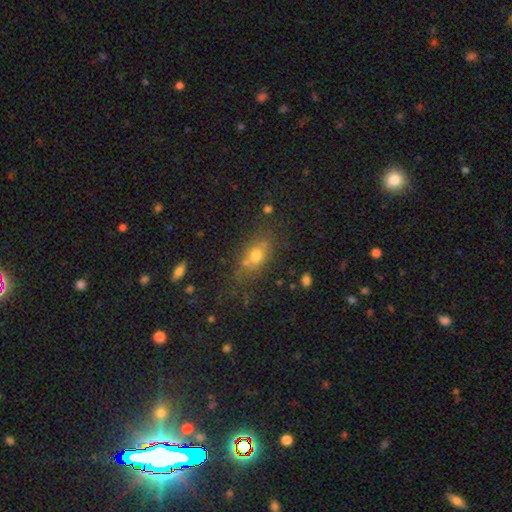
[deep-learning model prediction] The model was most divided on "how rounded": in between: 60%, round: 31%, cigar-shaped: 9%. More confident: smooth or featured — smooth (65%); merging — none (64%).